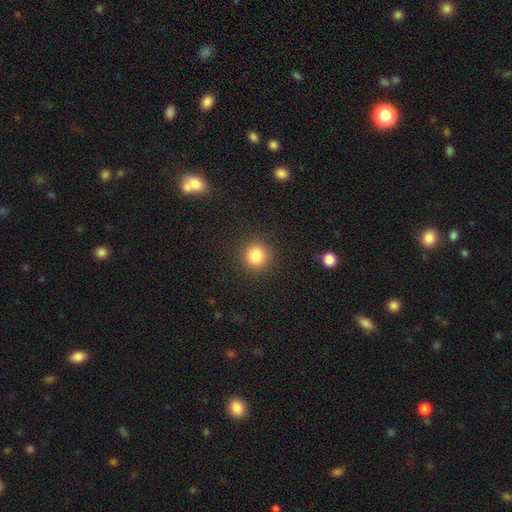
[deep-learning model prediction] Overall: smooth (83%). How rounded: round (94%). Merging: none (90%).